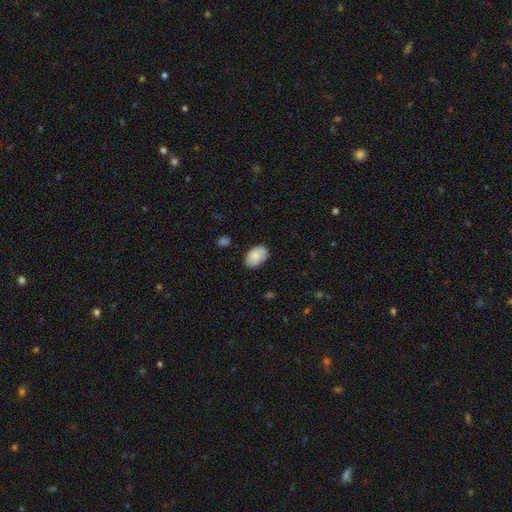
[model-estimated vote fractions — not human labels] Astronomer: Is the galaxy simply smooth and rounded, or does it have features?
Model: smooth — 85%.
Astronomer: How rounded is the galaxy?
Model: in between — 91%.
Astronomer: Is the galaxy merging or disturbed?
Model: none — 84%.